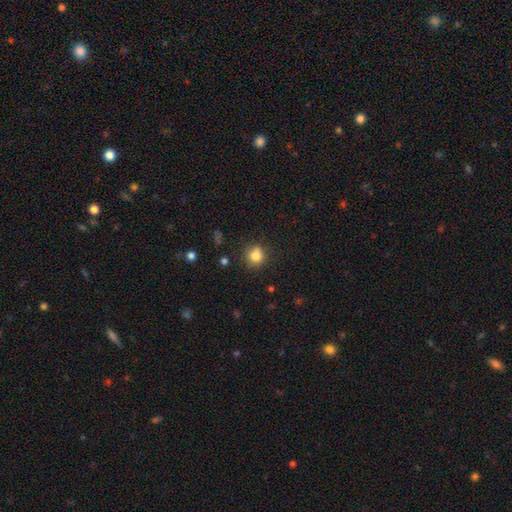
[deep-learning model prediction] Overall: smooth (82%). How rounded: round (85%). Merging: none (79%).